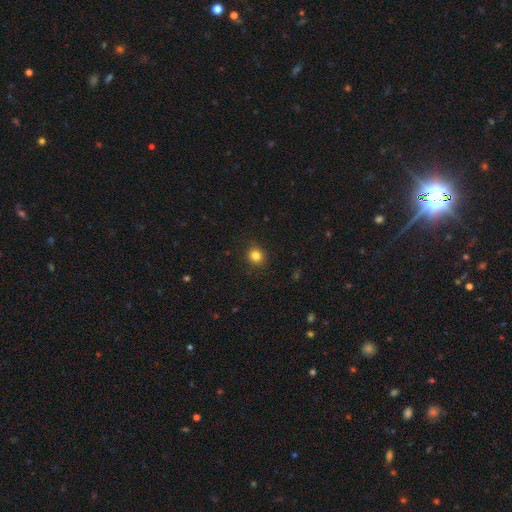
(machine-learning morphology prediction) This appears to be a smooth galaxy with no disk features (83%) that is round (87%). Merging: none (90%).